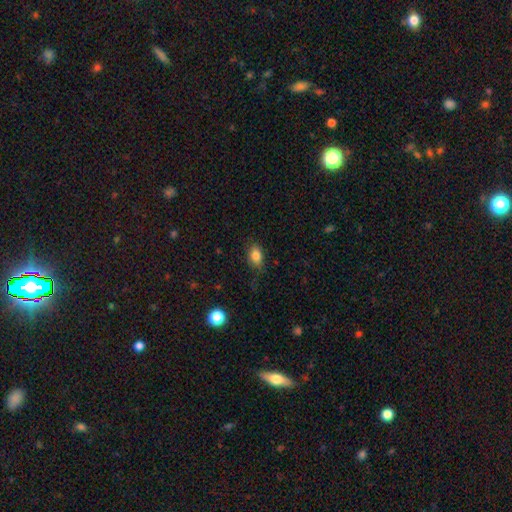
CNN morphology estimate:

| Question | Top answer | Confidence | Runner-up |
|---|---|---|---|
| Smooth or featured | smooth | 84% | star or artifact (9%) |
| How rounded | in between | 82% | round (16%) |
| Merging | none | 74% | minor disturbance (20%) |